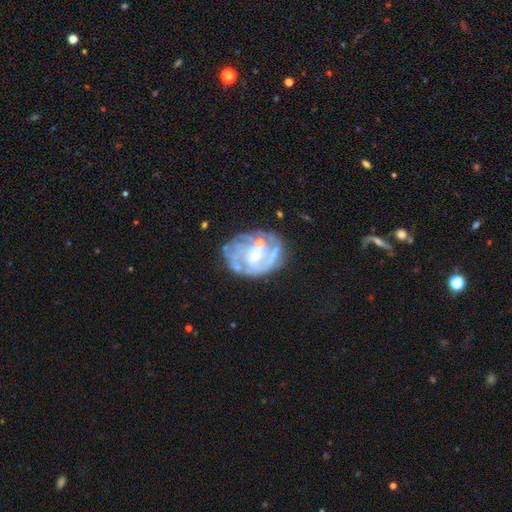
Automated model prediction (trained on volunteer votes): Smooth or featured? Predicted: featured or disk (p=0.80). Edge-on disk? Predicted: no (p=0.98). Bar? Predicted: no (p=0.44). Spiral arms? Predicted: yes (p=0.76). Spiral winding? Predicted: tight (p=0.50). Spiral arm count? Predicted: can't tell (p=0.41). Bulge size? Predicted: small (p=0.50). Merging? Predicted: none (p=0.59).